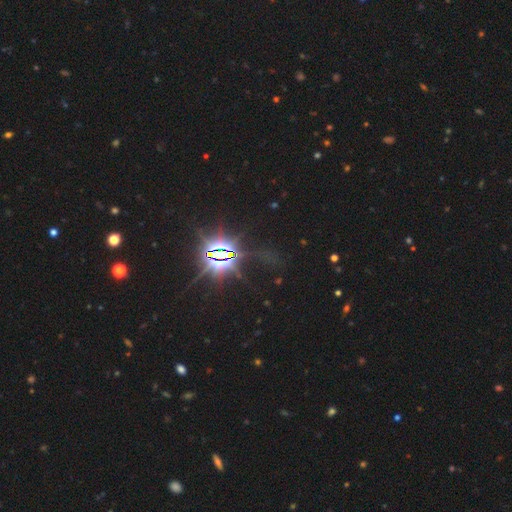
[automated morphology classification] This is clearly a star or artifact rather than a galaxy (86%).